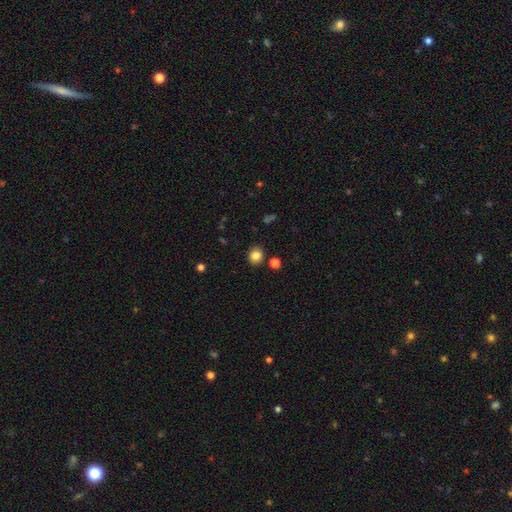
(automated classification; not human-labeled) Morphology: type=smooth (83%); roundness=round (74%); merging=none (85%).